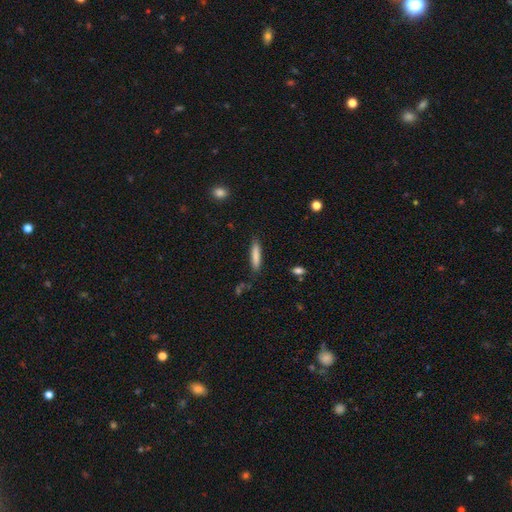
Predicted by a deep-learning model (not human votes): Overall: smooth (82%). How rounded: cigar-shaped (86%). Merging: none (84%).